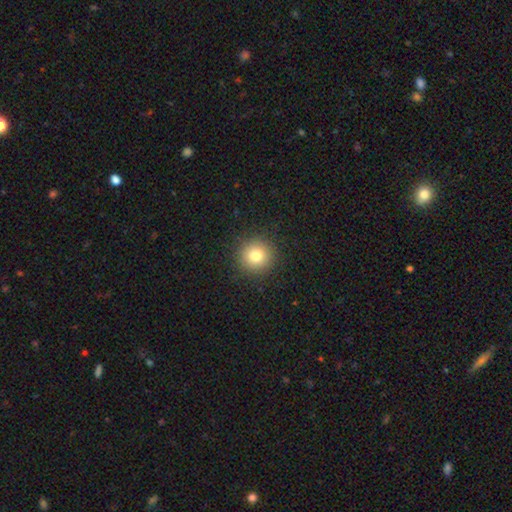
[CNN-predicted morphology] This is likely a smooth galaxy (79%). How rounded: clearly round (94%). Merging: clearly none (91%).